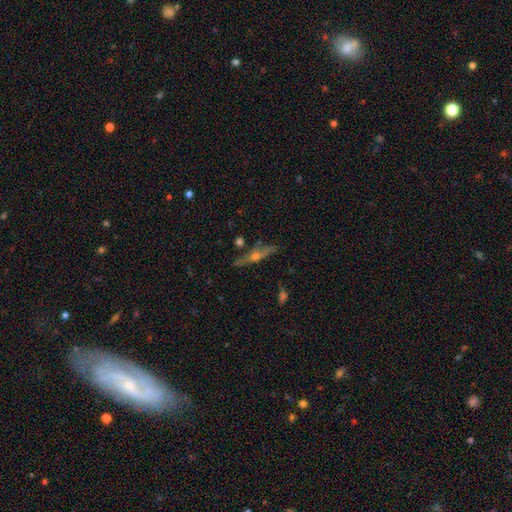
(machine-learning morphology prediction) Overall: featured or disk (75%). Edge-on disk: yes (96%). Edge-on bulge: rounded (93%). Merging: none (85%).